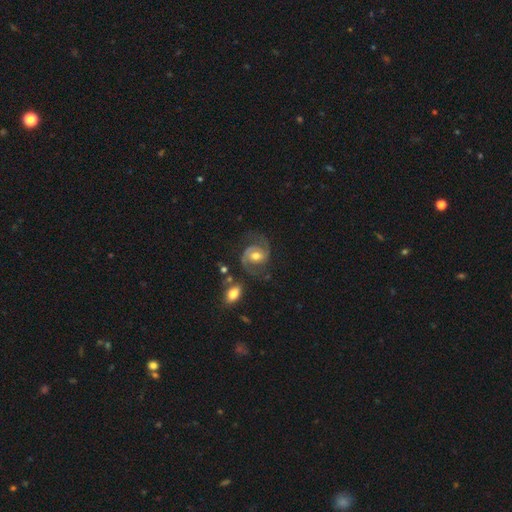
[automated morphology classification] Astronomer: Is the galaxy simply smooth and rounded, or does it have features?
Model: featured or disk — 87%.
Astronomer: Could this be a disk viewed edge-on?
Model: no — 98%.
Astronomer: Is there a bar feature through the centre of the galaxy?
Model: no — 47% (runner-up: weak, 40%).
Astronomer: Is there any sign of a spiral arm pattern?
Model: yes — 97%.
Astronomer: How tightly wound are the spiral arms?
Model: medium — 57%.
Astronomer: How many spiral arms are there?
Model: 2 — 91%.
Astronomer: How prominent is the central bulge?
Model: moderate — 72%.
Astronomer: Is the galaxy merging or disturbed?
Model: none — 70%.